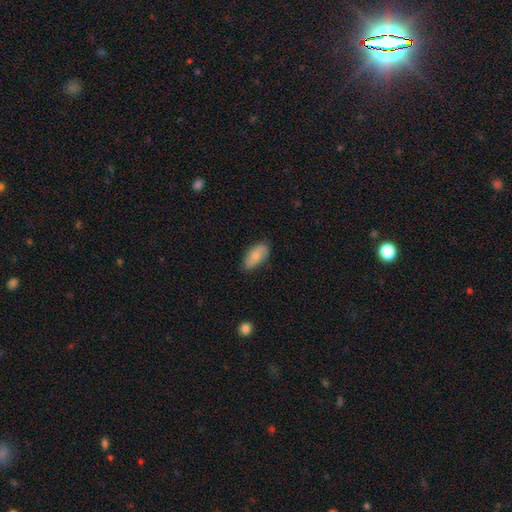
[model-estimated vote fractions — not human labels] The model was most divided on "merging": none: 74%, minor disturbance: 21%, major disturbance: 4%, merger: 1%. More confident: how rounded — in between (92%); smooth or featured — smooth (77%).